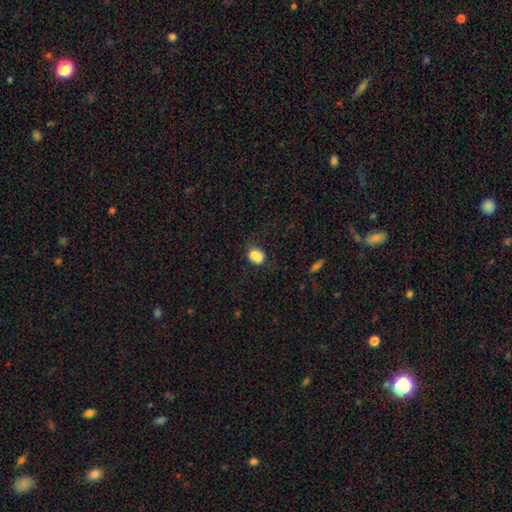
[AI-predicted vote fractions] Smooth or featured? Predicted: smooth (p=0.73). How rounded? Predicted: round (p=0.64). Merging? Predicted: merger (p=0.49).